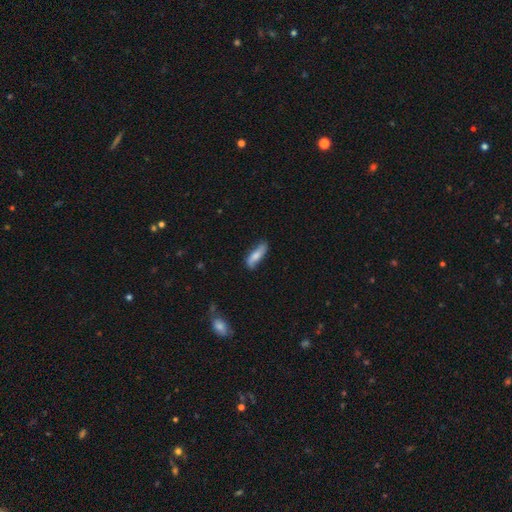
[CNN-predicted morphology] This is likely a smooth galaxy (62%). How rounded: possibly cigar-shaped (50%). Merging: likely none (69%).